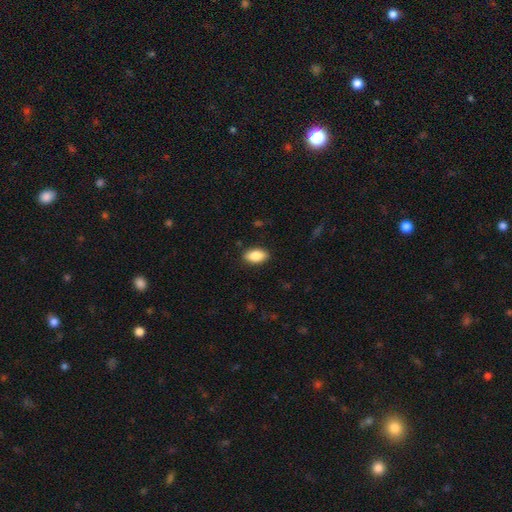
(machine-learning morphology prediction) A smooth galaxy with no disk features (86%) that is in between round and cigar-shaped (92%).

Vote fractions:
- Smooth or featured? smooth: 86% / featured or disk: 7% / star or artifact: 7%
- How rounded? in between: 92% / round: 4% / cigar-shaped: 4%
- Merging? none: 88% / minor disturbance: 9% / major disturbance: 2% / merger: 1%